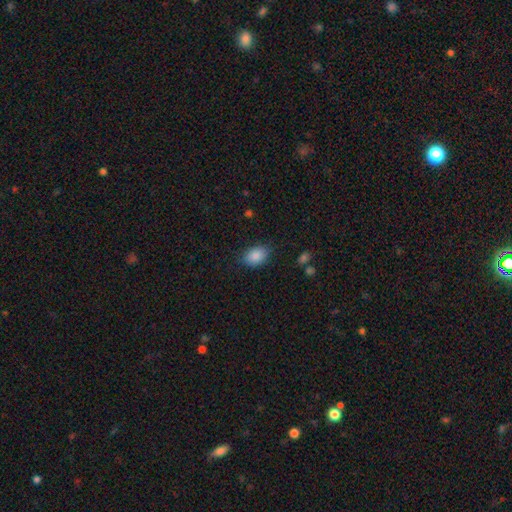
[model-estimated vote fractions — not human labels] A smooth galaxy with no disk features (88%) that is in between round and cigar-shaped (80%). Merging: none (80%).